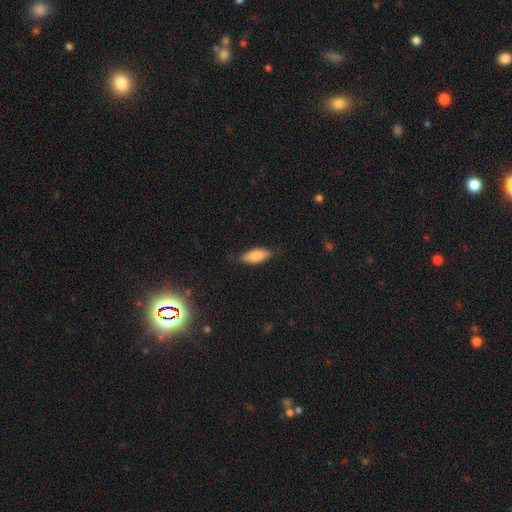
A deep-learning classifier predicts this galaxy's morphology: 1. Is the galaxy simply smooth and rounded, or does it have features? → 81% smooth, 13% featured or disk, 7% star or artifact.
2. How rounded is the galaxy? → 78% in between, 20% cigar-shaped, 2% round.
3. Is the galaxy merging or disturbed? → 82% none, 14% minor disturbance, 3% major disturbance, 1% merger.